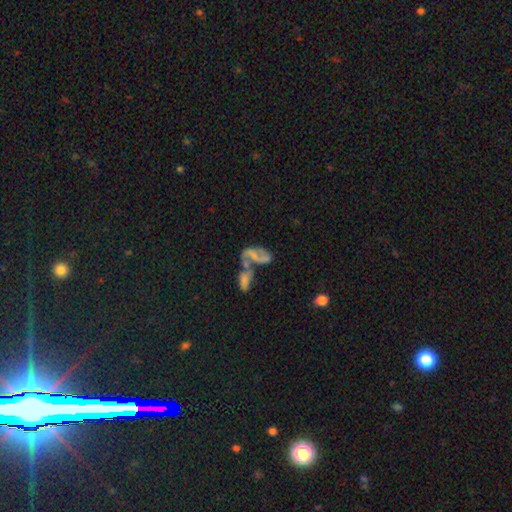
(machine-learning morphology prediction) The model was most divided on "smooth or featured": featured or disk: 59%, smooth: 30%, star or artifact: 11%. More confident: edge-on disk — no (96%); spiral arms — yes (69%); merging — merger (61%); bulge size — none (61%); bar — no (60%).